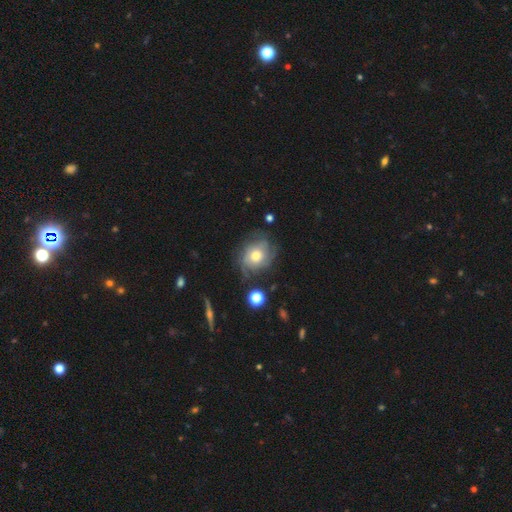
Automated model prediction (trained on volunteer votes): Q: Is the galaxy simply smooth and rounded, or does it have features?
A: featured or disk — 57%.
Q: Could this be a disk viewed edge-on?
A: no — 96%.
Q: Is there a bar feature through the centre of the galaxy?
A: no — 84%.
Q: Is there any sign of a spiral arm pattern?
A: yes — 78%.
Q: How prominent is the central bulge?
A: moderate — 65%.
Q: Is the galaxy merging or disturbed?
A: none — 61%.